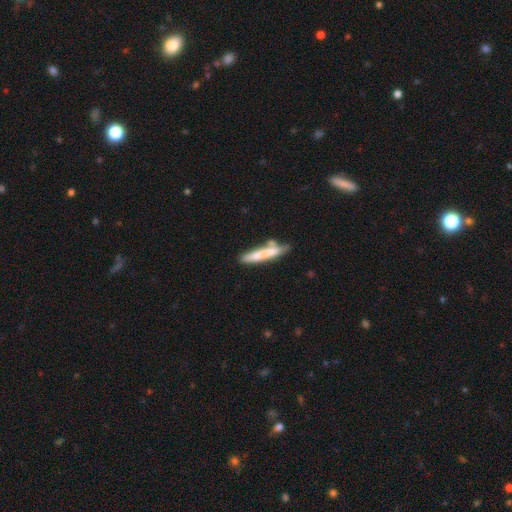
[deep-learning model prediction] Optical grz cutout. It shows a smooth galaxy with no disk features (67%) that is cigar-shaped (90%). Merging: none (53%).